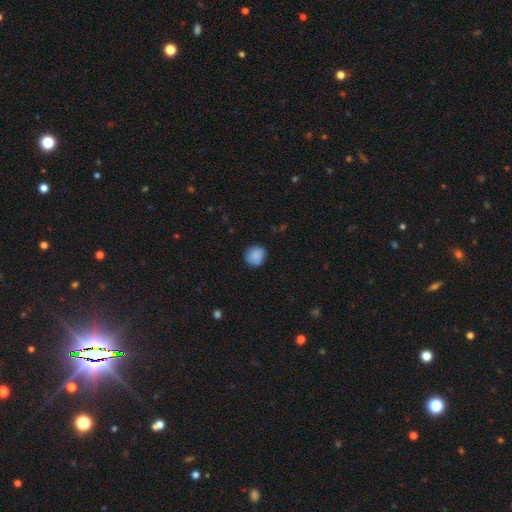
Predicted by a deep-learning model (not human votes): smooth_or_featured: smooth (p=0.88) [alt: star or artifact p=0.08]
how_rounded: round (p=0.89) [alt: in between p=0.10]
merging: none (p=0.84) [alt: minor disturbance p=0.12]